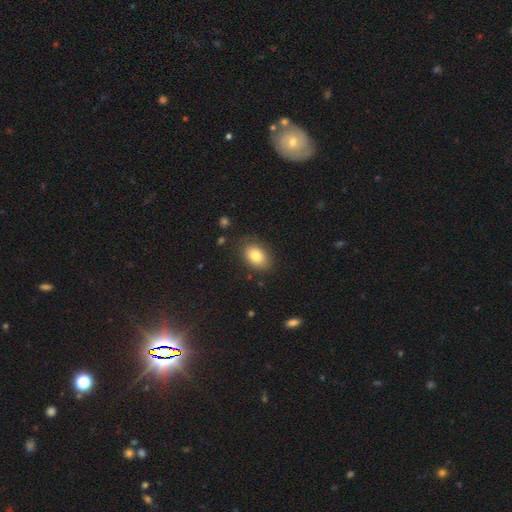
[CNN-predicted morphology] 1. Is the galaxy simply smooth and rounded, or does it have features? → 81% smooth, 11% featured or disk, 8% star or artifact.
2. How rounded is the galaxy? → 84% in between, 15% round, 1% cigar-shaped.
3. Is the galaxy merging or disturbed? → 82% none, 13% minor disturbance, 4% major disturbance, 1% merger.